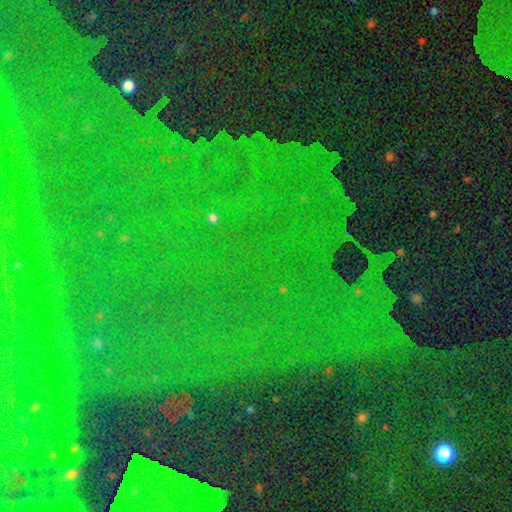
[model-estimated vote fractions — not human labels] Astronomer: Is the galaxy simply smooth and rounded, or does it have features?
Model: star or artifact — 86%.